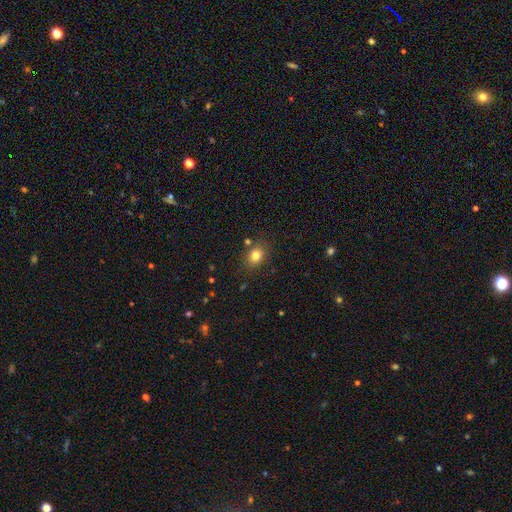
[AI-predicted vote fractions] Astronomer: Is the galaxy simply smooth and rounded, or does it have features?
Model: smooth — 80%.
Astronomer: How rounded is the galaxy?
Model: in between — 50% (runner-up: round, 49%).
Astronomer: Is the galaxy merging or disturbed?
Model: none — 80%.